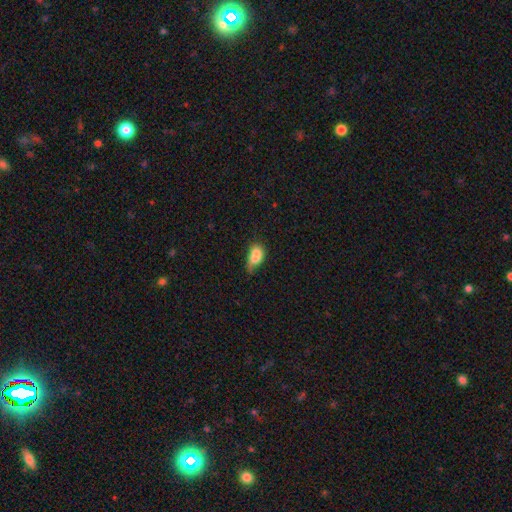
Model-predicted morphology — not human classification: Smooth or featured? smooth (72%)
How rounded? in between (78%)
Merging? merger (39%)